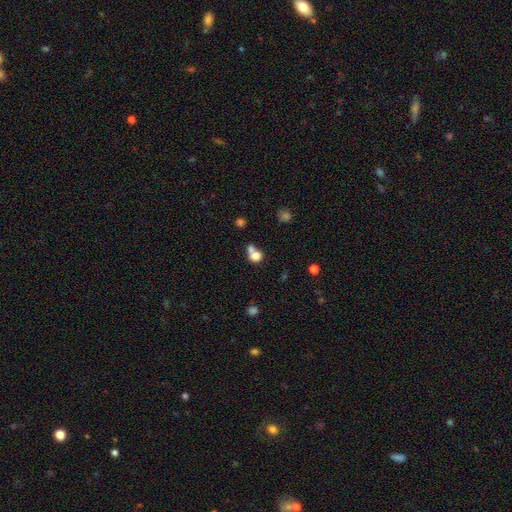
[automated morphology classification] Smooth or featured? Predicted: smooth (p=0.77). How rounded? Predicted: round (p=0.71). Merging? Predicted: merger (p=0.54).